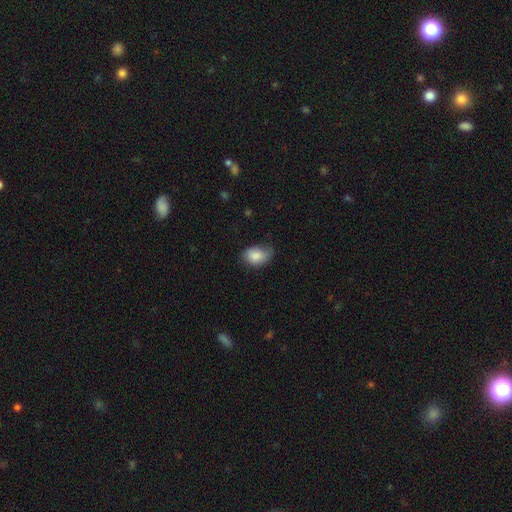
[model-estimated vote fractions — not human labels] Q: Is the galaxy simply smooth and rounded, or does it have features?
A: smooth — 84%.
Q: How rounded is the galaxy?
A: in between — 77%.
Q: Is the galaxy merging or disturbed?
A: none — 54%.